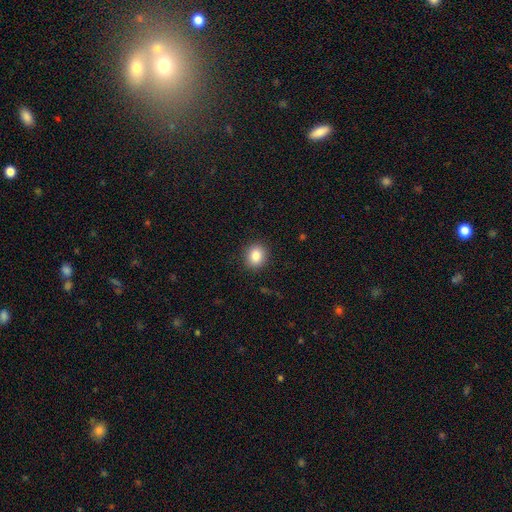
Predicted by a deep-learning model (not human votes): The model was most divided on "how rounded": round: 74%, in between: 25%, cigar-shaped: 1%. More confident: merging — none (90%); smooth or featured — smooth (85%).